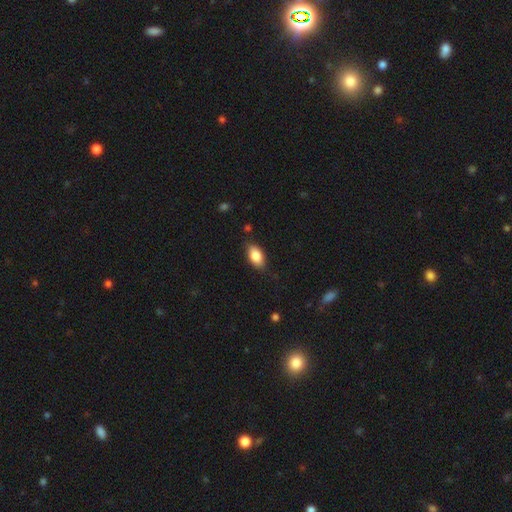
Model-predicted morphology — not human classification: A smooth galaxy with no disk features (84%) that is in between round and cigar-shaped (91%). Merging: none (81%).